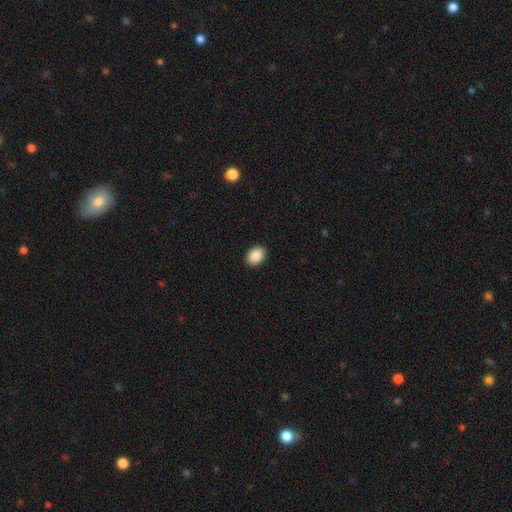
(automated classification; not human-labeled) Smooth or featured: smooth — 89% (star or artifact — 7%)
How rounded: in between — 69% (round — 30%)
Merging: none — 92% (minor disturbance — 6%)